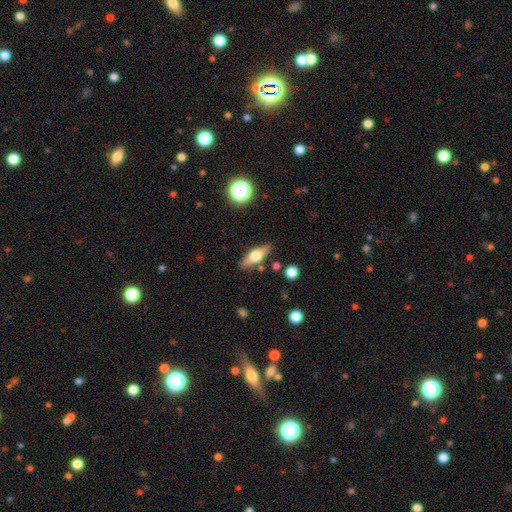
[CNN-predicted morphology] type=featured or disk (47%); merging=none (83%).